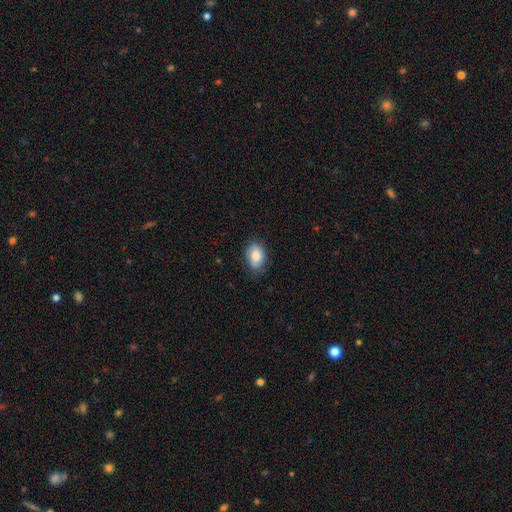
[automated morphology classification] Smooth or featured? smooth (79%)
How rounded? in between (84%)
Merging? none (75%)